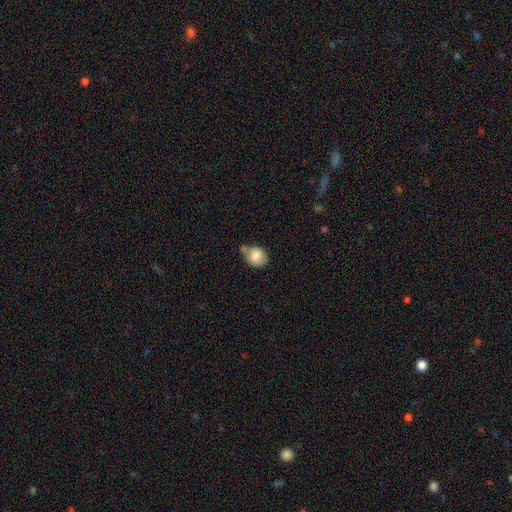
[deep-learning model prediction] The model was most divided on "merging": none: 38%, minor disturbance: 33%, merger: 19%, major disturbance: 10%. More confident: smooth or featured — smooth (82%); how rounded — round (62%).